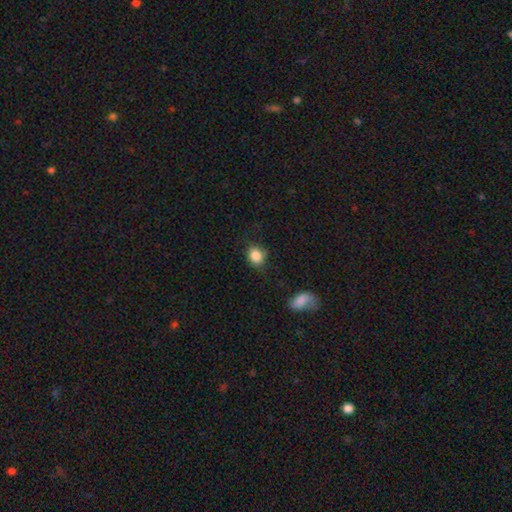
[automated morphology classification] Smooth or featured: smooth — 85% (star or artifact — 10%)
How rounded: round — 61% (in between — 38%)
Merging: none — 68% (minor disturbance — 24%)